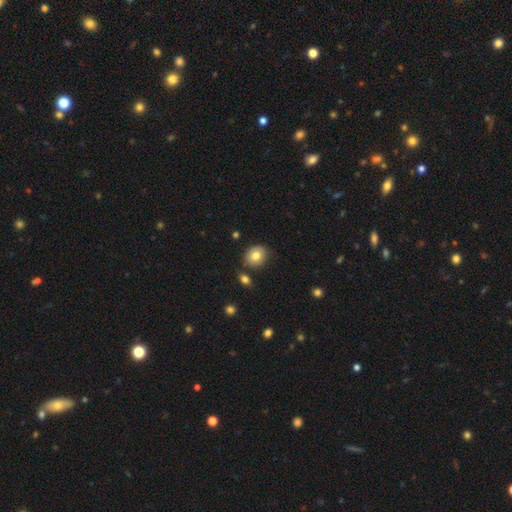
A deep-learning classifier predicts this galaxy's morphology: smooth_or_featured: smooth (p=0.80) [alt: featured or disk p=0.11]
how_rounded: round (p=0.67) [alt: in between p=0.32]
merging: none (p=0.78) [alt: minor disturbance p=0.13]